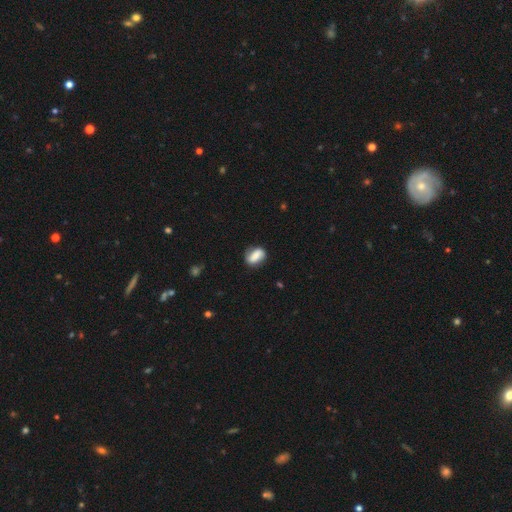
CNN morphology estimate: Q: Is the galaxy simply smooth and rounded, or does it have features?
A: smooth — 68%.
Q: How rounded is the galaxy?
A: in between — 80%.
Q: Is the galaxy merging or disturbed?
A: none — 71%.